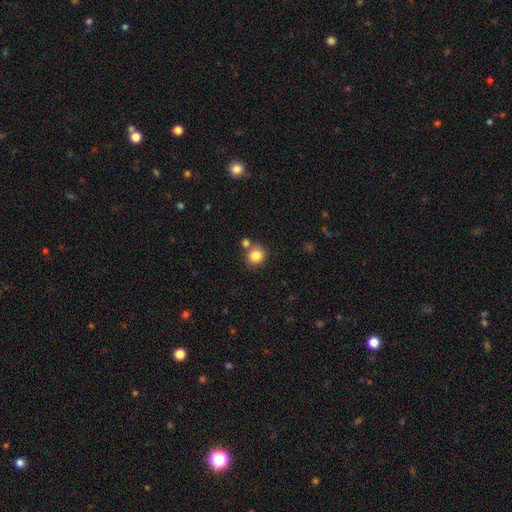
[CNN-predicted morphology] type=smooth (83%); roundness=round (83%); merging=none (69%).